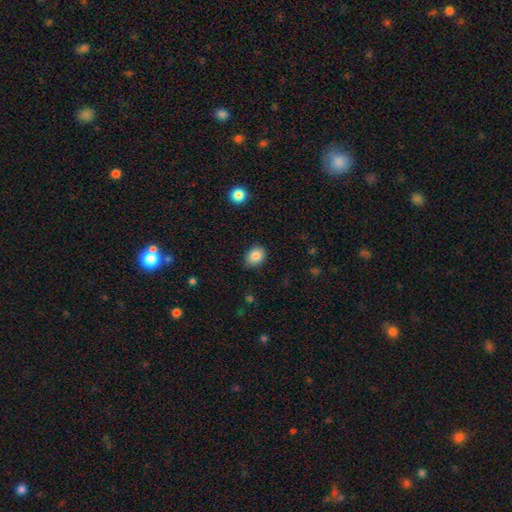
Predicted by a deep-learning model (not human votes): The model was most divided on "how rounded": in between: 52%, round: 48%, cigar-shaped: 1%. More confident: smooth or featured — smooth (85%); merging — none (83%).